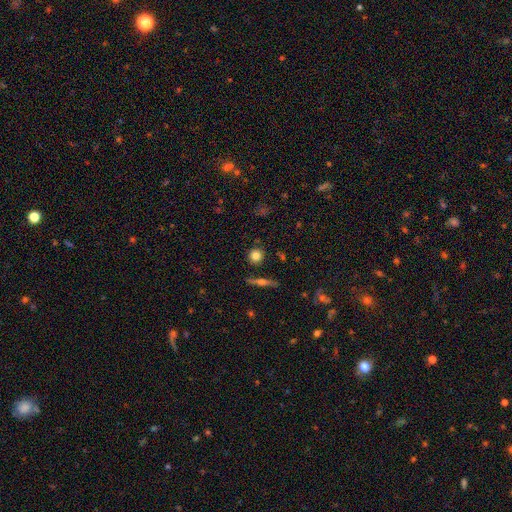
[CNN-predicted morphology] smooth 79%, featured or disk 12%, star or artifact 10%. Down the decision tree: how rounded — round (90%); merging — none (87%).